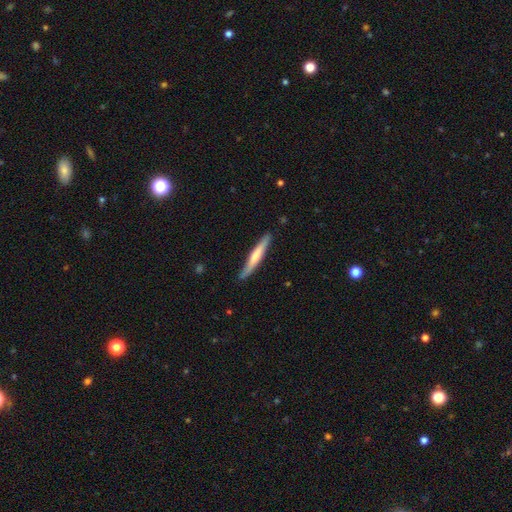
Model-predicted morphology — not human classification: featured or disk 49%, smooth 46%, star or artifact 5%. Down the decision tree: merging — none (87%).